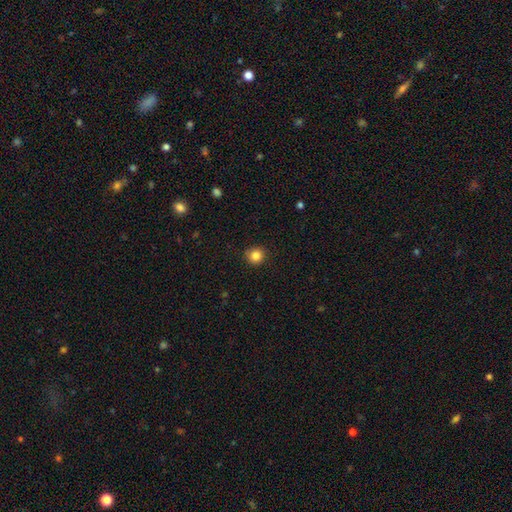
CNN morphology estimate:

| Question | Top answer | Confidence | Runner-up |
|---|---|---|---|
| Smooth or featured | smooth | 85% | star or artifact (11%) |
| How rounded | round | 92% | in between (7%) |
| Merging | none | 90% | minor disturbance (7%) |